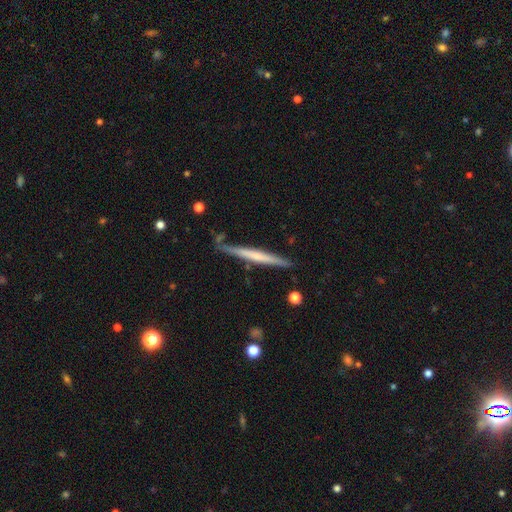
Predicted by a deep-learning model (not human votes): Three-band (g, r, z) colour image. It shows a featured or disk galaxy (54%) viewed edge-on (97%) with no central bulge (72%). Merging: none (83%).